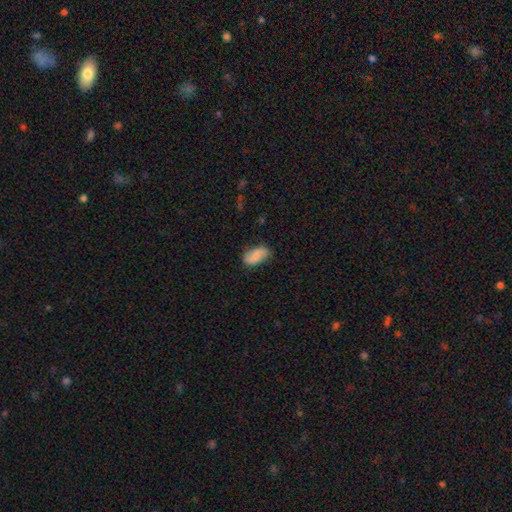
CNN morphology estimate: Smooth or featured?
  - smooth: 57% *
  - featured or disk: 36%
  - star or artifact: 8%
How rounded?
  - in between: 92% *
  - round: 5%
  - cigar-shaped: 3%
Merging?
  - none: 73% *
  - minor disturbance: 20%
  - major disturbance: 5%
  - merger: 2%